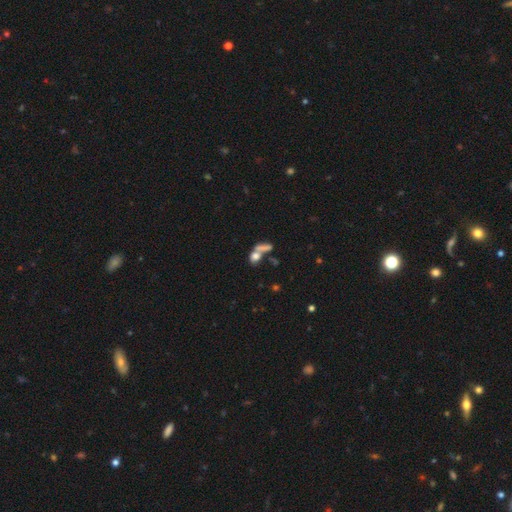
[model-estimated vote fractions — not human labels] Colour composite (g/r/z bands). It shows a smooth galaxy with no disk features (70%) that is in between round and cigar-shaped (50%). Merging: merger (51%).